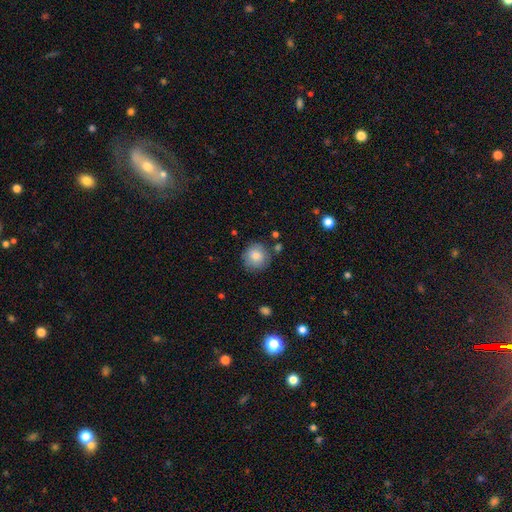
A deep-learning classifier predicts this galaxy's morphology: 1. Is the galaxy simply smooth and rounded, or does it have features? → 84% smooth, 9% featured or disk, 8% star or artifact.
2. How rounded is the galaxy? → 91% round, 8% in between, 1% cigar-shaped.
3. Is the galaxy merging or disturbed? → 79% none, 14% minor disturbance, 4% major disturbance, 3% merger.